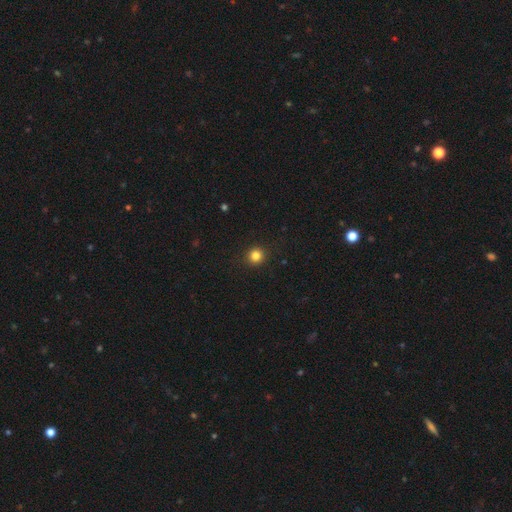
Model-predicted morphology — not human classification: The model was most divided on "smooth or featured": smooth: 83%, star or artifact: 13%, featured or disk: 5%. More confident: how rounded — round (93%); merging — none (92%).